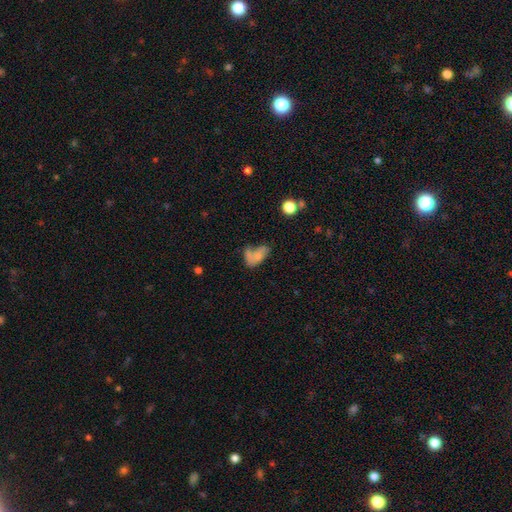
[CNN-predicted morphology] A smooth galaxy with no disk features (60%) that is in between round and cigar-shaped (85%). Merging: merger (37%).